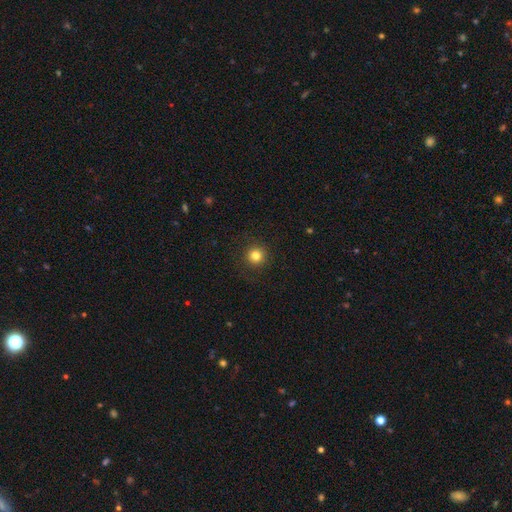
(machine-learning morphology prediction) smooth-or-featured: smooth: 81% | star or artifact: 13% | featured or disk: 6%
  how-rounded: round: 95% | in between: 4% | cigar-shaped: 1%
  merging: none: 91% | minor disturbance: 6% | major disturbance: 3% | merger: 1%